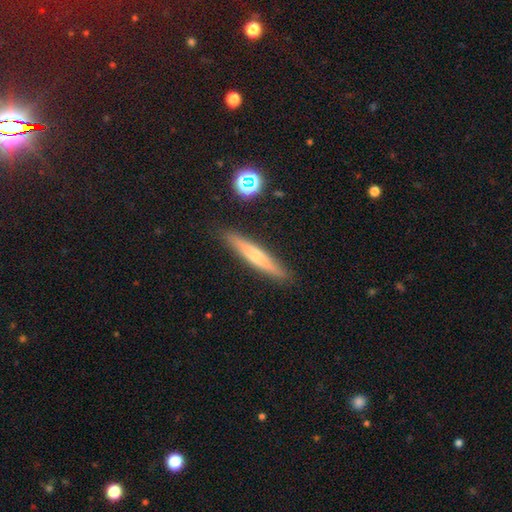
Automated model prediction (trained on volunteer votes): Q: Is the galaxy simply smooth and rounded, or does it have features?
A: smooth — 55%.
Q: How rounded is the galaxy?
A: cigar-shaped — 93%.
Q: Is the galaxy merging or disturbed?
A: none — 89%.